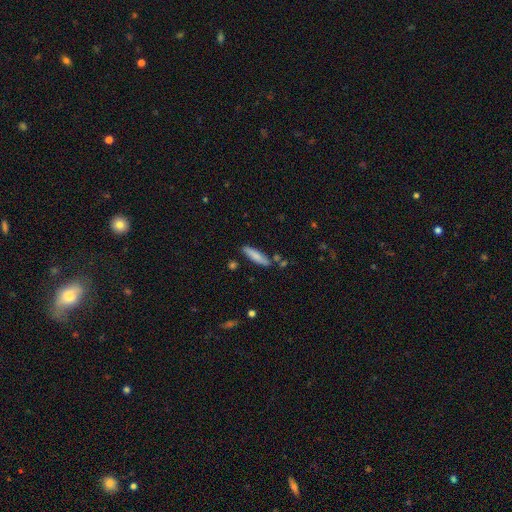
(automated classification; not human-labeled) The model was most divided on "how rounded": cigar-shaped: 79%, in between: 20%, round: 2%. More confident: merging — none (82%); smooth or featured — smooth (79%).